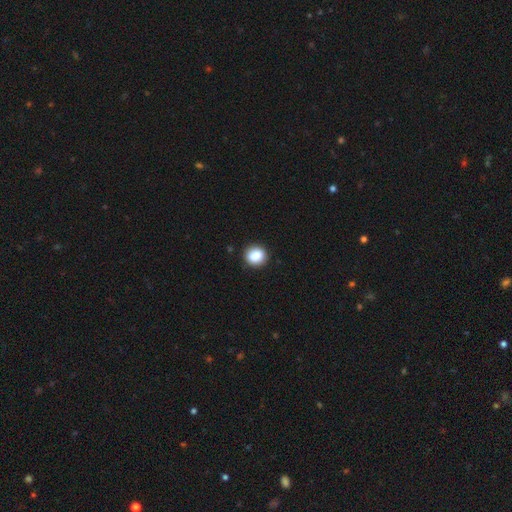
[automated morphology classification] The model was most divided on "how rounded": round: 80%, in between: 19%, cigar-shaped: 1%. More confident: merging — none (89%); smooth or featured — smooth (86%).